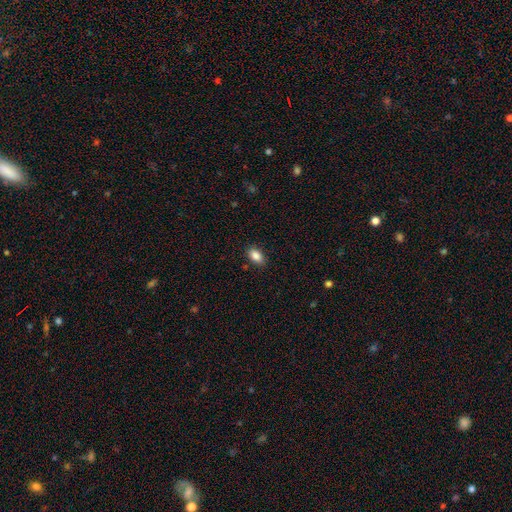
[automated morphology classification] A smooth galaxy with no disk features (87%) that is in between round and cigar-shaped (89%).

Vote fractions:
- Smooth or featured? smooth: 87% / star or artifact: 8% / featured or disk: 4%
- How rounded? in between: 89% / round: 9% / cigar-shaped: 2%
- Merging? none: 87% / minor disturbance: 9% / major disturbance: 2% / merger: 1%